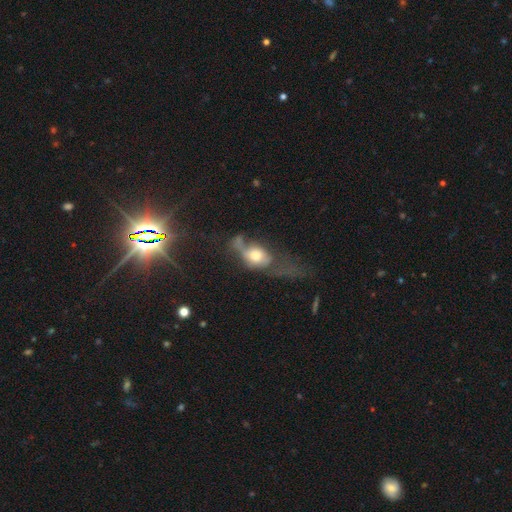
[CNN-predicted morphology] This appears to be a smooth galaxy with no disk features (51%) that is in between round and cigar-shaped (70%). Merging: major disturbance (52%).